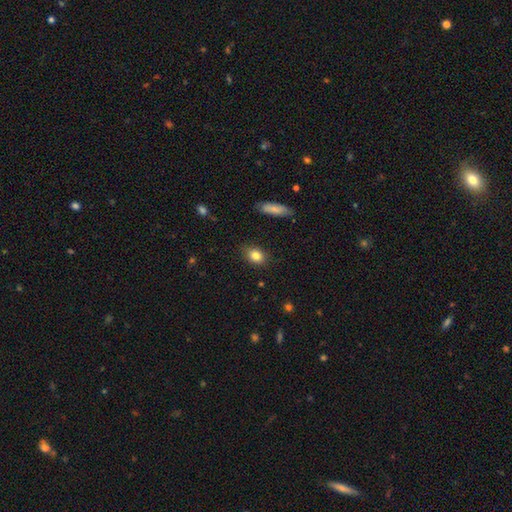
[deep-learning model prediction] This is clearly a smooth galaxy (83%). How rounded: likely in between (66%). Merging: clearly none (85%).